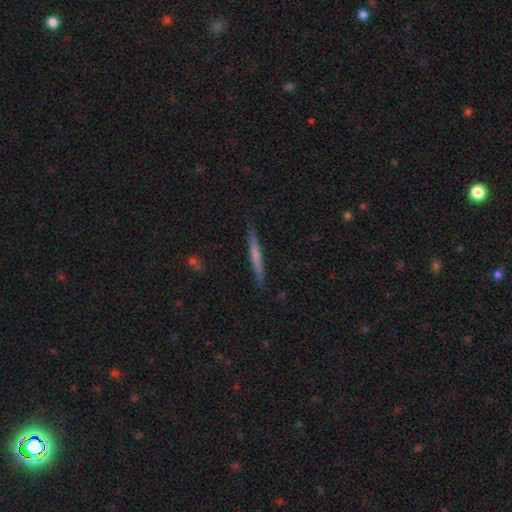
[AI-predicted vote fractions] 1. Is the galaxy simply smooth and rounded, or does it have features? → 53% smooth, 41% featured or disk, 6% star or artifact.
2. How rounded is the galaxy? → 96% cigar-shaped, 2% in between, 2% round.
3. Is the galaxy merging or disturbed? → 88% none, 9% minor disturbance, 2% major disturbance, 1% merger.